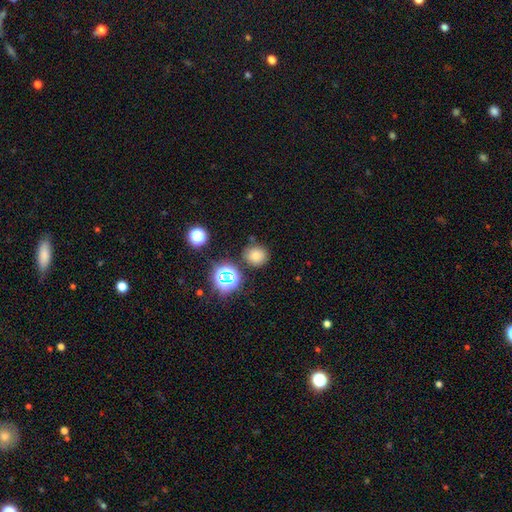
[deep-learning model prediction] Smooth or featured?
  - smooth: 73% *
  - star or artifact: 20%
  - featured or disk: 7%
How rounded?
  - round: 86% *
  - in between: 13%
  - cigar-shaped: 1%
Merging?
  - none: 81% *
  - minor disturbance: 10%
  - merger: 6%
  - major disturbance: 3%